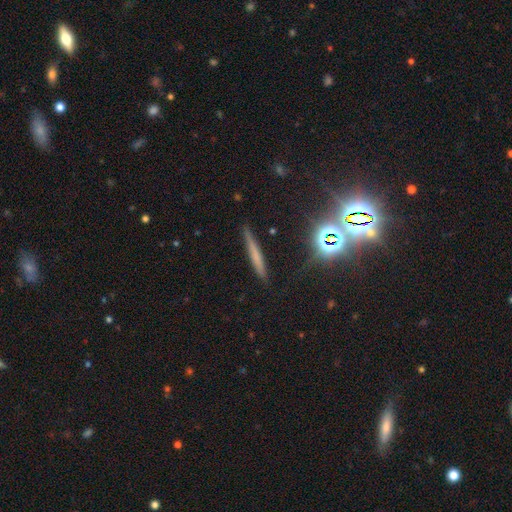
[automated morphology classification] This is possibly a smooth galaxy (50%). How rounded: clearly cigar-shaped (93%). Merging: clearly none (86%).